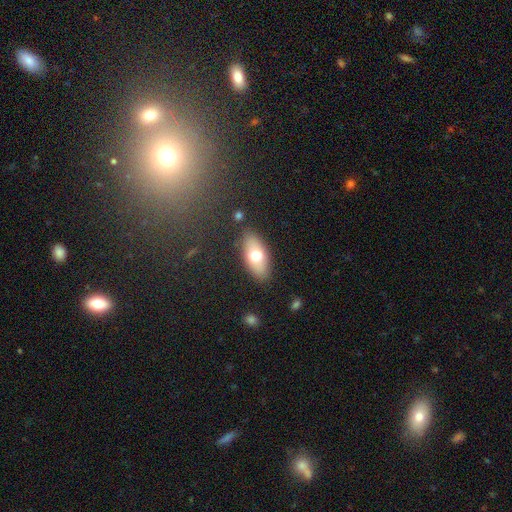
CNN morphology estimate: The model was most divided on "smooth or featured": smooth: 68%, featured or disk: 25%, star or artifact: 7%. More confident: how rounded — in between (88%); merging — none (85%).